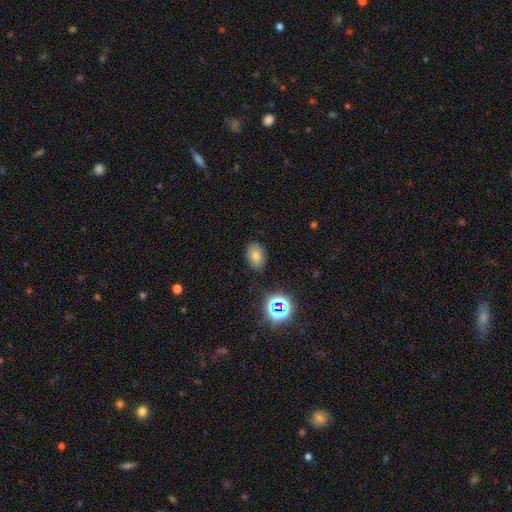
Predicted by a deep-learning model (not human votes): A smooth galaxy with no disk features (71%) that is in between round and cigar-shaped (80%). Merging: none (81%).